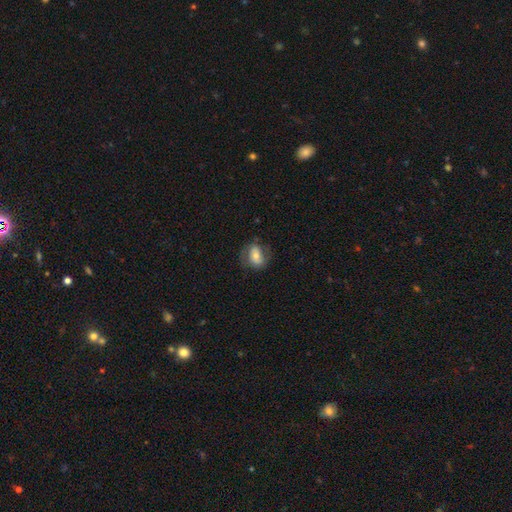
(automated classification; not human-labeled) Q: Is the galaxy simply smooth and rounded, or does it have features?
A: smooth — 59%.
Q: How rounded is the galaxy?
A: in between — 67%.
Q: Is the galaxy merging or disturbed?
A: none — 68%.